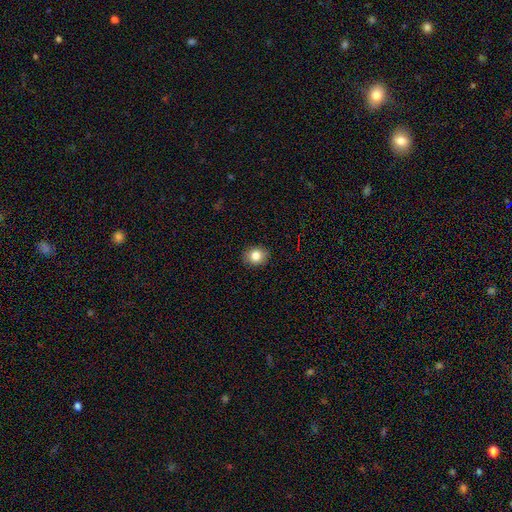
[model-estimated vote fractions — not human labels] Smooth or featured: smooth — 83% (star or artifact — 10%)
How rounded: round — 65% (in between — 35%)
Merging: none — 90% (minor disturbance — 7%)